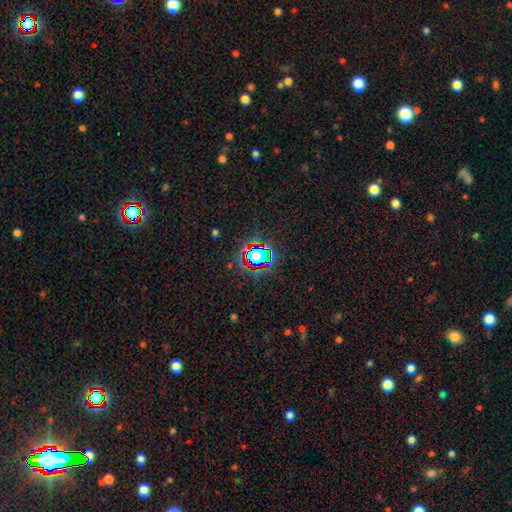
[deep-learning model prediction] smooth-or-featured: star or artifact: 63% | smooth: 25% | featured or disk: 12%